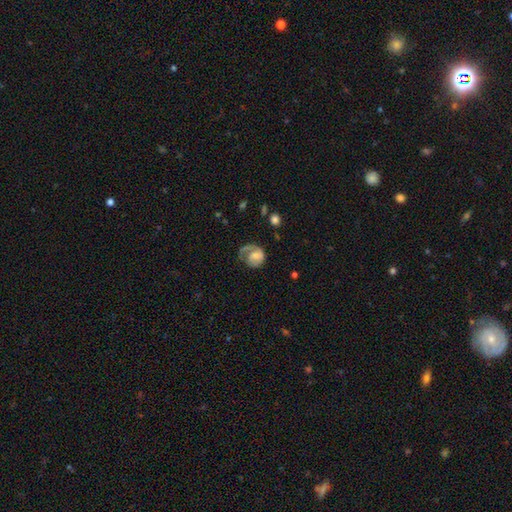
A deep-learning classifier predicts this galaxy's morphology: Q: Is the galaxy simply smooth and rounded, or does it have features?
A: featured or disk — 66%.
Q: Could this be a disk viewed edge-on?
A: no — 98%.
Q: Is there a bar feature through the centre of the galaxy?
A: no — 62%.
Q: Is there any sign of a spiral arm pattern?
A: yes — 86%.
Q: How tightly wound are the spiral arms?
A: medium — 38%, tied with tight.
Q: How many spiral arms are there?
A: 1 — 65%.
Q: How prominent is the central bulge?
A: small — 44%.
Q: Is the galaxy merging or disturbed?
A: none — 45%.